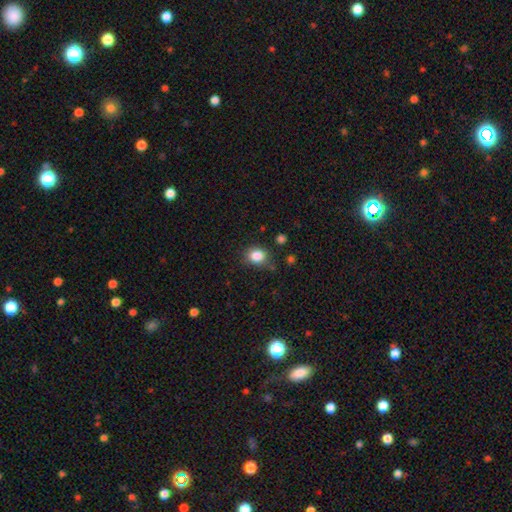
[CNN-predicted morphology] This is clearly a smooth galaxy (85%). How rounded: likely round (60%). Merging: likely none (80%).